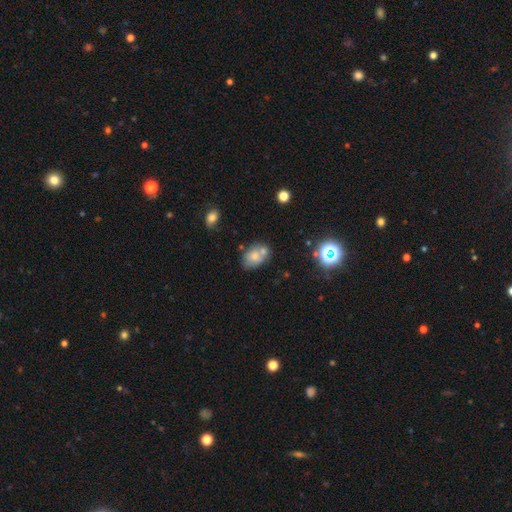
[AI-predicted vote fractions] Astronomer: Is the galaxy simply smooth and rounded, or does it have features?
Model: smooth — 67%.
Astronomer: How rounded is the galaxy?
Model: in between — 79%.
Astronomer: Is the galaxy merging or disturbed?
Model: none — 43% (runner-up: merger, 36%).